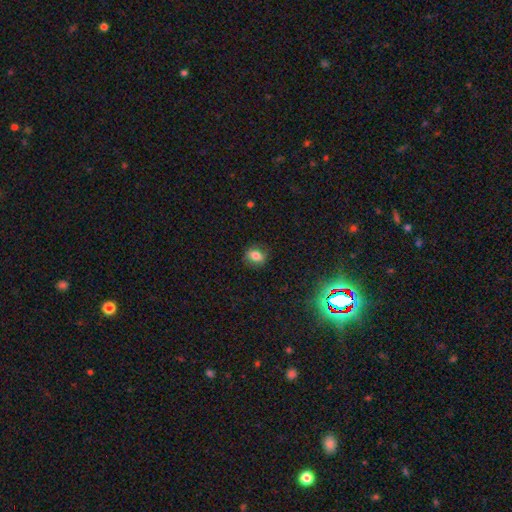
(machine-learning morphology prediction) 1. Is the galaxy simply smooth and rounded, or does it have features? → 74% smooth, 14% featured or disk, 11% star or artifact.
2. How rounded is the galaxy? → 56% in between, 42% round, 2% cigar-shaped.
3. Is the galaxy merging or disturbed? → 81% none, 14% minor disturbance, 4% major disturbance, 1% merger.